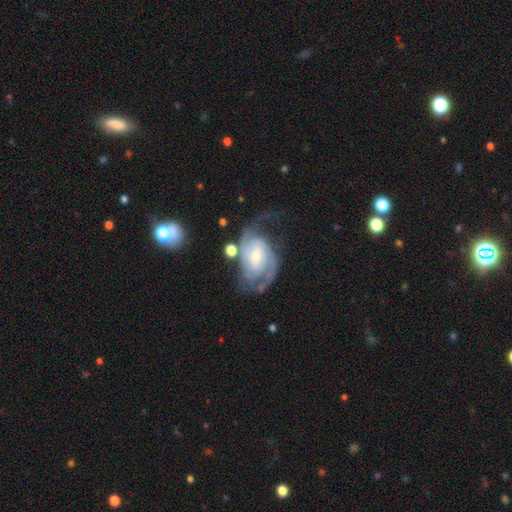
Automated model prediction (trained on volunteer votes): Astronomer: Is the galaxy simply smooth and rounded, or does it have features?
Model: featured or disk — 88%.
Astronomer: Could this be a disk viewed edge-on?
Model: no — 97%.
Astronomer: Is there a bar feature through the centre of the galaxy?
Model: weak — 47% (runner-up: no, 38%).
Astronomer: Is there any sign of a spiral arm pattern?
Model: yes — 97%.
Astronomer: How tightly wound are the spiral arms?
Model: medium — 45% (runner-up: tight, 40%).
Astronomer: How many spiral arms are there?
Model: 2 — 70%.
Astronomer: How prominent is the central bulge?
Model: small — 54% (runner-up: moderate, 37%).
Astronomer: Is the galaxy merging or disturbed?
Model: none — 52%.